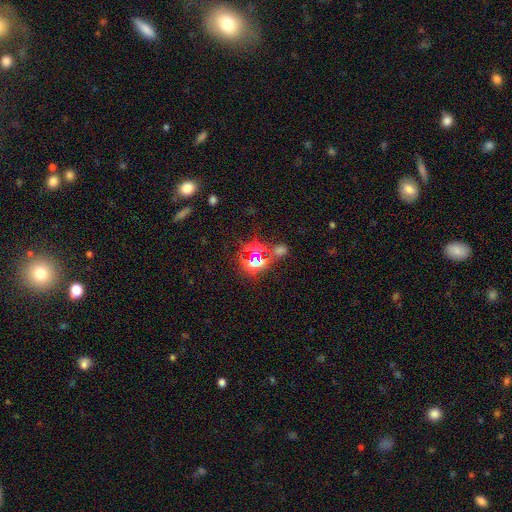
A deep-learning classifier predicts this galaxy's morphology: Smooth or featured? Predicted: star or artifact (p=0.69).